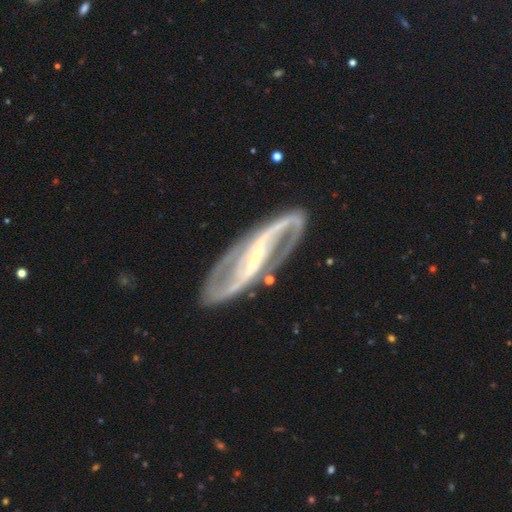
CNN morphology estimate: Smooth or featured?
  - featured or disk: 92% *
  - star or artifact: 4%
  - smooth: 4%
Edge-on disk?
  - no: 93% *
  - yes: 7%
Bar?
  - strong: 65% *
  - weak: 22%
  - no: 13%
Spiral arms?
  - yes: 97% *
  - no: 3%
Spiral winding?
  - medium: 52% *
  - loose: 26%
  - tight: 22%
Spiral arm count?
  - 2: 94% *
  - can't tell: 2%
  - 1: 1%
  - 3: 1%
  - 4: 1%
  - more than 4: 1%
Bulge size?
  - small: 77% *
  - moderate: 13%
  - none: 6%
  - large: 2%
  - dominant: 1%
Merging?
  - none: 82% *
  - minor disturbance: 11%
  - major disturbance: 5%
  - merger: 2%